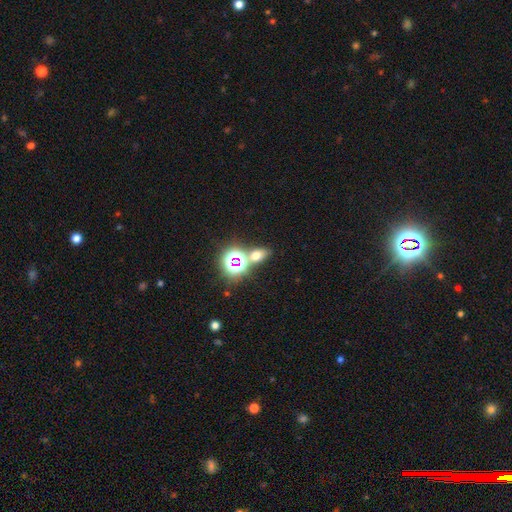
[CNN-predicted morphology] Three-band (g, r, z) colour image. It shows a smooth galaxy with no disk features (54%) that is in between round and cigar-shaped (72%). Merging: none (70%).